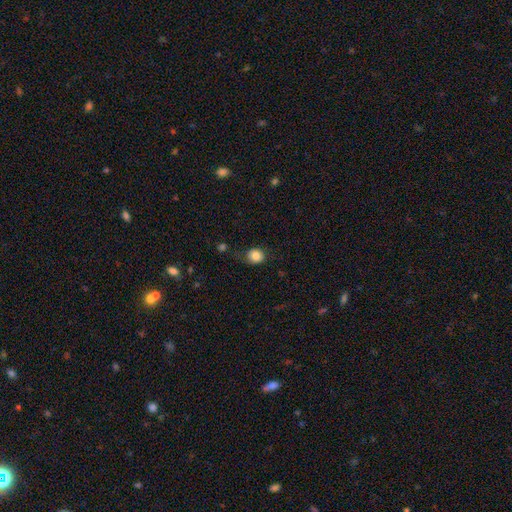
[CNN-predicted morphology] smooth 83%, star or artifact 10%, featured or disk 7%. Down the decision tree: how rounded — round (74%); merging — none (69%).